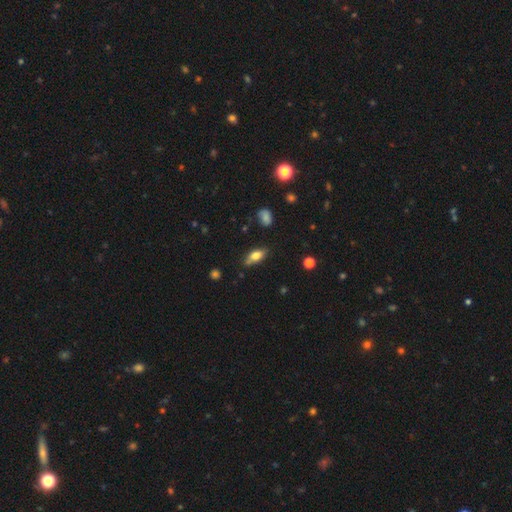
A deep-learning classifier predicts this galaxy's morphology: Overall: smooth (71%). How rounded: in between (80%). Merging: none (70%).